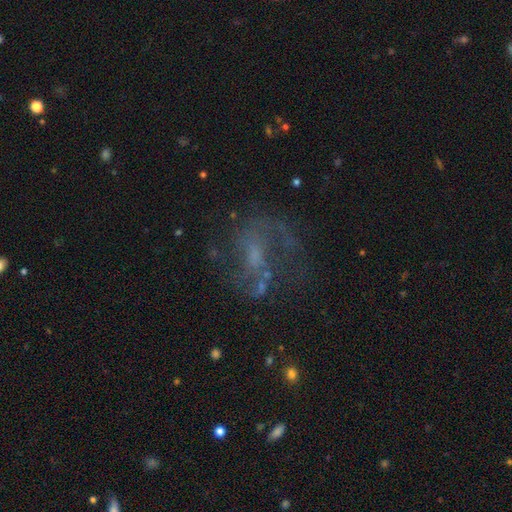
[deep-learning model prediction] smooth_or_featured: featured or disk (p=0.71) [alt: star or artifact p=0.16]
disk_edge_on: no (p=0.97) [alt: yes p=0.03]
bar: no (p=0.49) [alt: weak p=0.41]
has_spiral_arms: yes (p=0.78) [alt: no p=0.22]
spiral_winding: loose (p=0.48) [alt: medium p=0.41]
spiral_arm_count: 2 (p=0.65) [alt: can't tell p=0.14]
bulge_size: small (p=0.43) [alt: none p=0.26]
merging: none (p=0.53) [alt: major disturbance p=0.25]